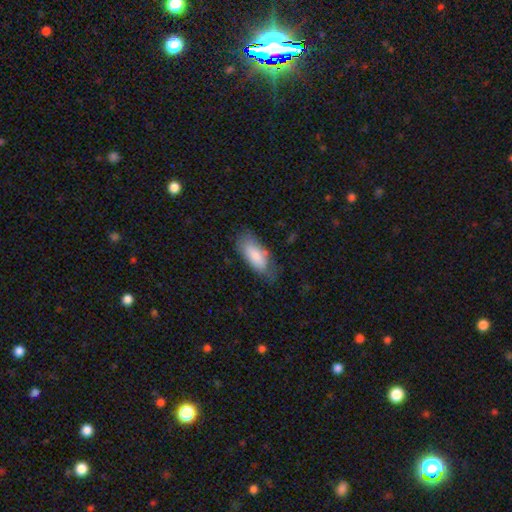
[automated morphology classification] type=smooth (80%); roundness=in between (86%); merging=none (56%).